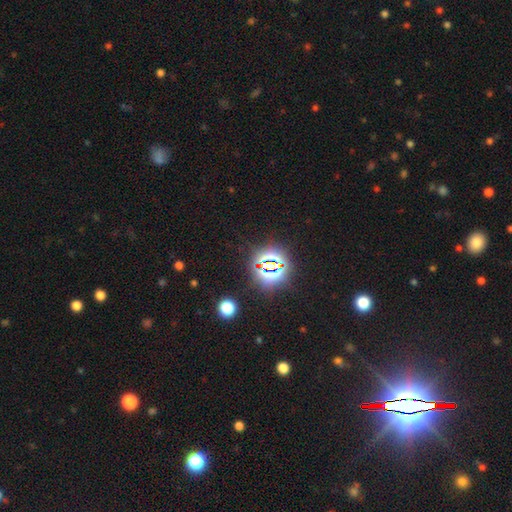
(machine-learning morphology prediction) star or artifact 77%, smooth 15%, featured or disk 8%.